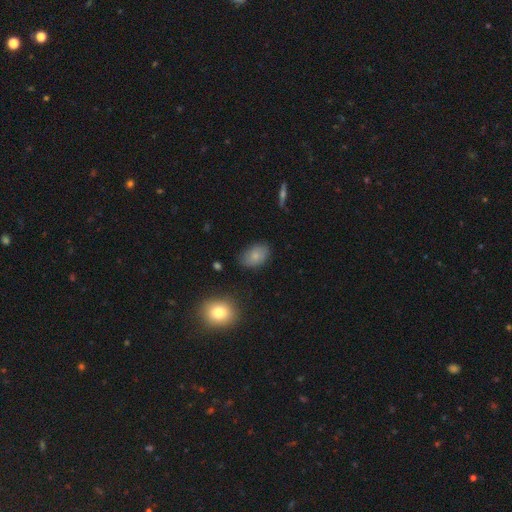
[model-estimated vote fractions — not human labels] smooth-or-featured: smooth: 77% | featured or disk: 13% | star or artifact: 10%
  how-rounded: in between: 85% | round: 14% | cigar-shaped: 1%
  merging: none: 77% | minor disturbance: 18% | major disturbance: 4% | merger: 2%